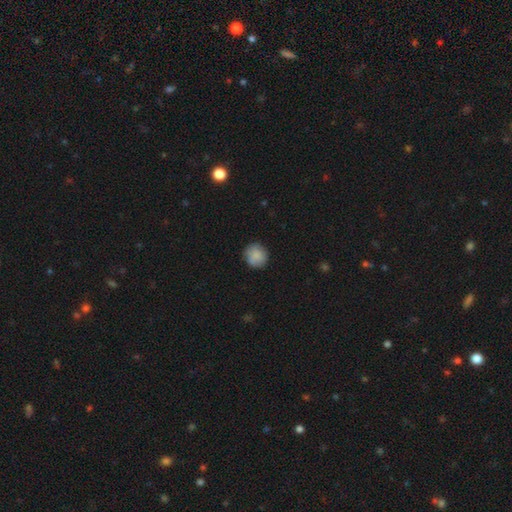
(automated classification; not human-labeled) Smooth or featured?
  - smooth: 81% *
  - featured or disk: 12%
  - star or artifact: 7%
How rounded?
  - round: 89% *
  - in between: 10%
  - cigar-shaped: 1%
Merging?
  - none: 82% *
  - minor disturbance: 14%
  - major disturbance: 3%
  - merger: 1%